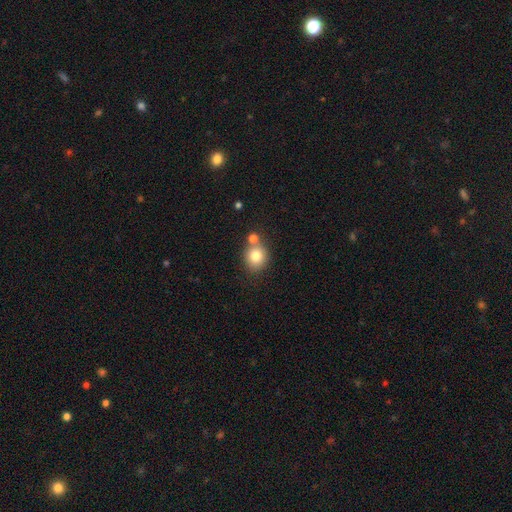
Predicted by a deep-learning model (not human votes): Morphology: type=smooth (79%); roundness=round (79%); merging=none (62%).